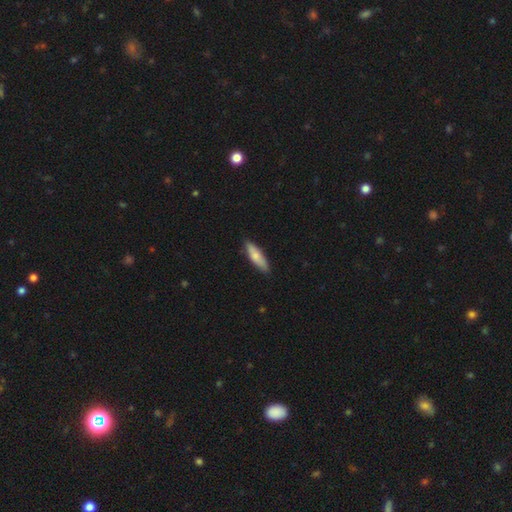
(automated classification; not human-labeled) This appears to be a smooth galaxy with no disk features (74%) that is cigar-shaped (59%). Merging: none (85%).